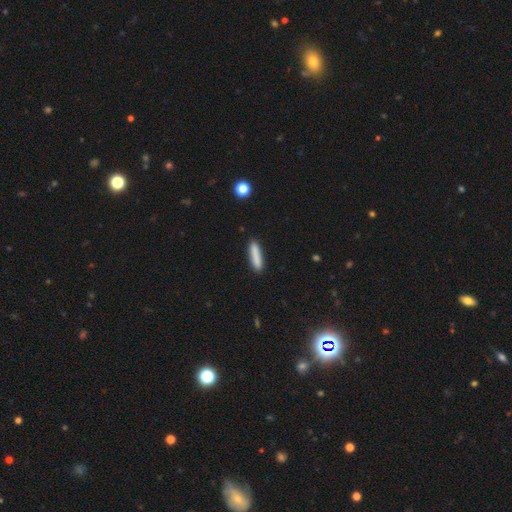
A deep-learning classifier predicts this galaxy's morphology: This appears to be a smooth galaxy with no disk features (85%) that is cigar-shaped (86%). Merging: none (89%).